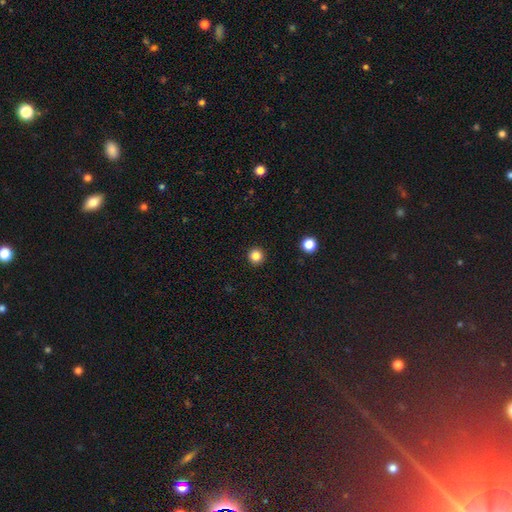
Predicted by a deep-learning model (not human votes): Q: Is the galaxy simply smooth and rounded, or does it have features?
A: smooth — 84%.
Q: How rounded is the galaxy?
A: round — 96%.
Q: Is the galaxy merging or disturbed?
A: none — 94%.